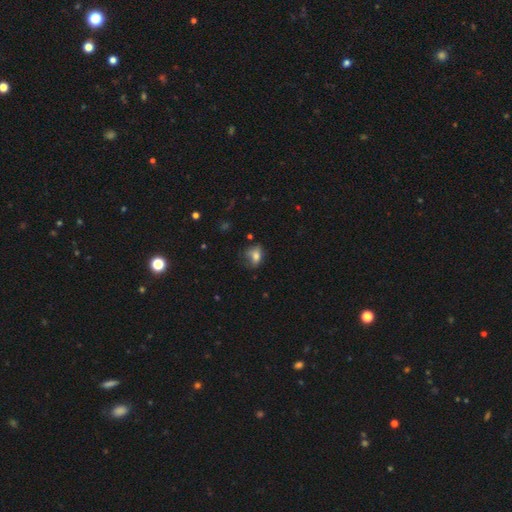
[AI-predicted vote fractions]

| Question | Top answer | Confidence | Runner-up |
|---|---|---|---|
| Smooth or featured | smooth | 70% | featured or disk (18%) |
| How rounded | in between | 68% | round (29%) |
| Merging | none | 43% | minor disturbance (33%) |